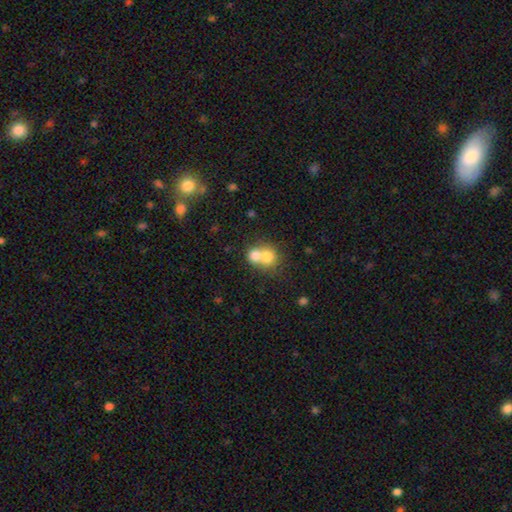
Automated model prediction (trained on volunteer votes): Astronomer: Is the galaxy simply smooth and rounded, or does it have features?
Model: smooth — 73%.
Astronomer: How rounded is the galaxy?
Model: round — 77%.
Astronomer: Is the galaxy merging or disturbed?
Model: merger — 68%.